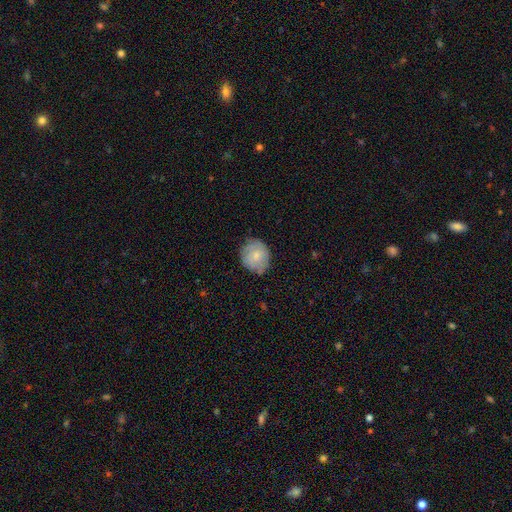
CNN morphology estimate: Smooth or featured?
  - smooth: 68% *
  - featured or disk: 26%
  - star or artifact: 7%
How rounded?
  - round: 78% *
  - in between: 21%
  - cigar-shaped: 1%
Merging?
  - none: 69% *
  - minor disturbance: 24%
  - major disturbance: 5%
  - merger: 2%